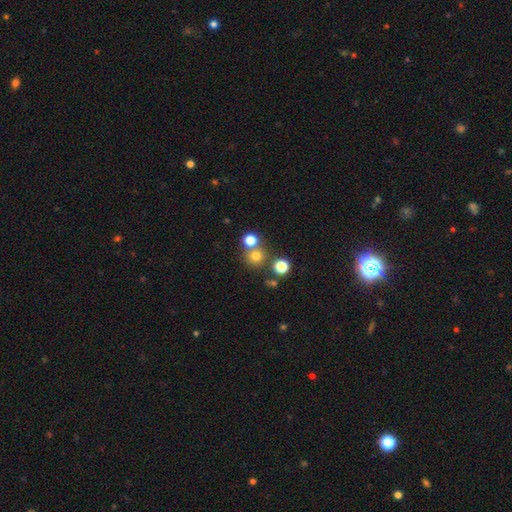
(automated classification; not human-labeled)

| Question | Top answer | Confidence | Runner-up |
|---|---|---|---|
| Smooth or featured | smooth | 73% | star or artifact (18%) |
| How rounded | round | 90% | in between (9%) |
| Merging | none | 64% | merger (26%) |